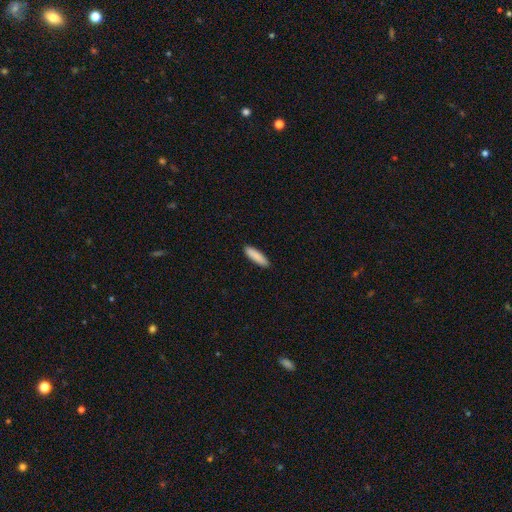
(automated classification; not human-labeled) The model was most divided on "how rounded": cigar-shaped: 66%, in between: 33%, round: 1%. More confident: merging — none (91%); smooth or featured — smooth (89%).